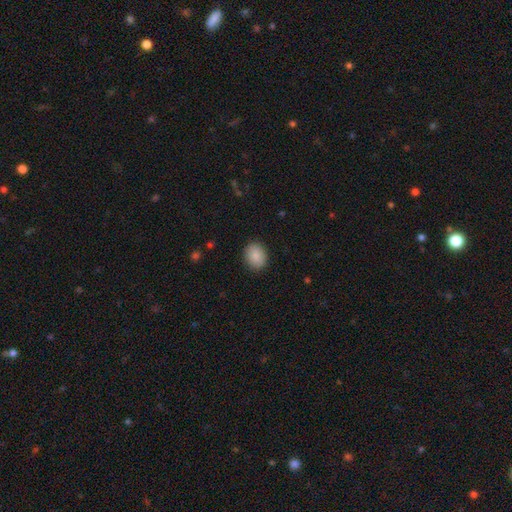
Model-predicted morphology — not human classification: smooth 88%, star or artifact 7%, featured or disk 5%. Down the decision tree: how rounded — in between (53%); merging — none (89%).